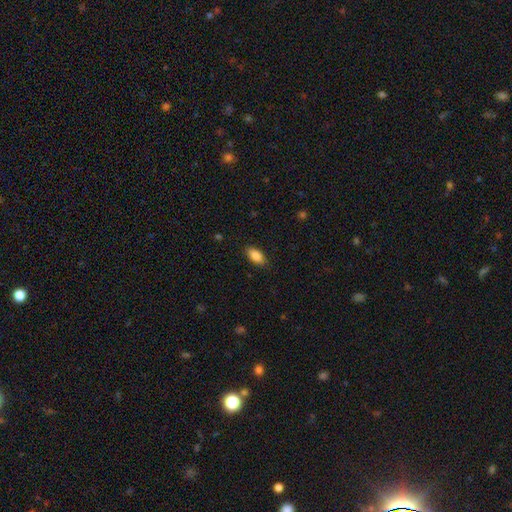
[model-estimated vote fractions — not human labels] A smooth galaxy with no disk features (86%) that is in between round and cigar-shaped (89%).

Vote fractions:
- Smooth or featured? smooth: 86% / star or artifact: 7% / featured or disk: 7%
- How rounded? in between: 89% / cigar-shaped: 8% / round: 3%
- Merging? none: 87% / minor disturbance: 10% / major disturbance: 2% / merger: 1%